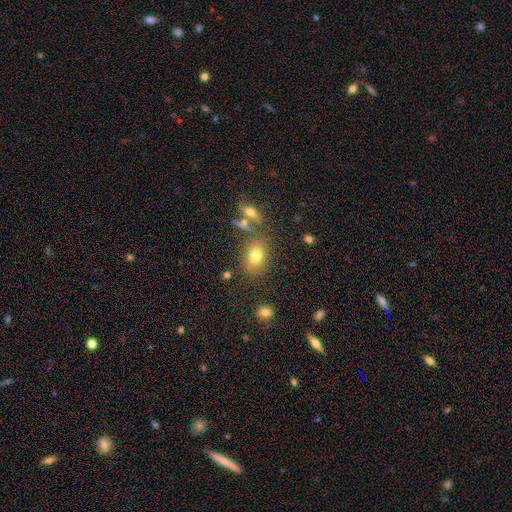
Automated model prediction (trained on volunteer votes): smooth_or_featured: smooth (p=0.74) [alt: star or artifact p=0.13]
how_rounded: in between (p=0.71) [alt: round p=0.27]
merging: none (p=0.72) [alt: minor disturbance p=0.13]